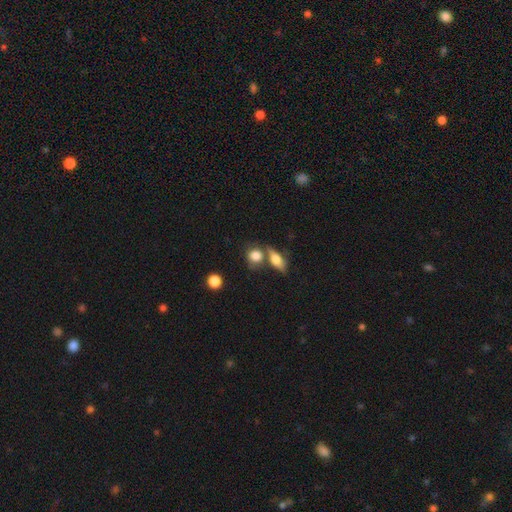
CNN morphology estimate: smooth_or_featured: smooth (p=0.80) [alt: featured or disk p=0.11]
how_rounded: round (p=0.62) [alt: in between p=0.33]
merging: none (p=0.53) [alt: merger p=0.30]